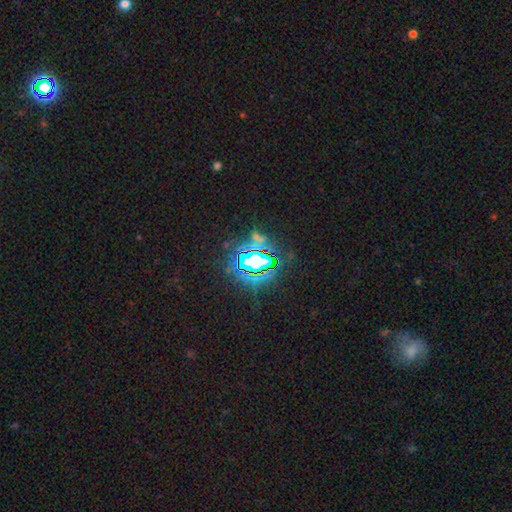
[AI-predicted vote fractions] Smooth or featured? Predicted: star or artifact (p=0.79).